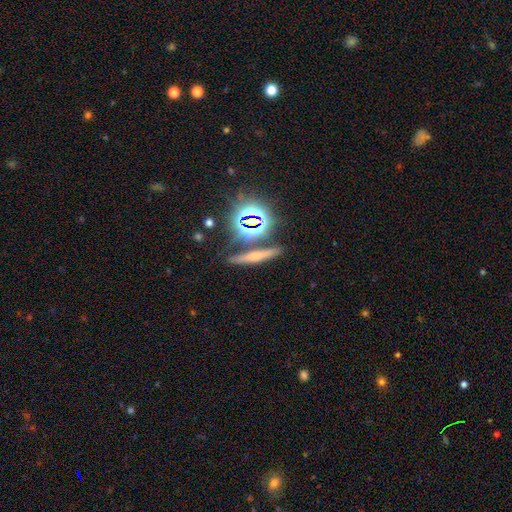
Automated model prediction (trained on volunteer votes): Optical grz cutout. It shows a smooth galaxy with no disk features (48%). Merging: none (81%).